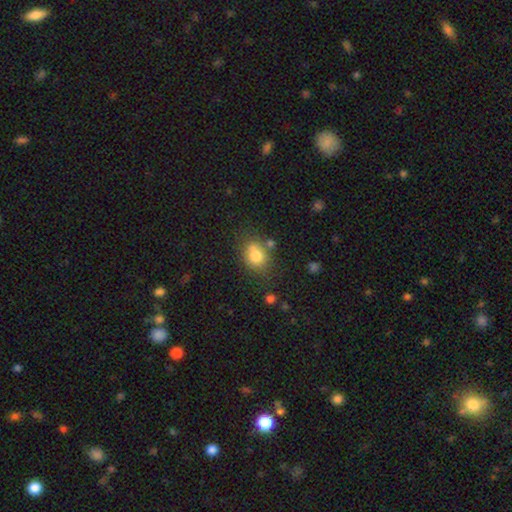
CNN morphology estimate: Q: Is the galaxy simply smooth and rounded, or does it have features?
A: smooth — 78%.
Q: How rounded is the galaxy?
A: round — 53%.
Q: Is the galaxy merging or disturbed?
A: none — 55%.